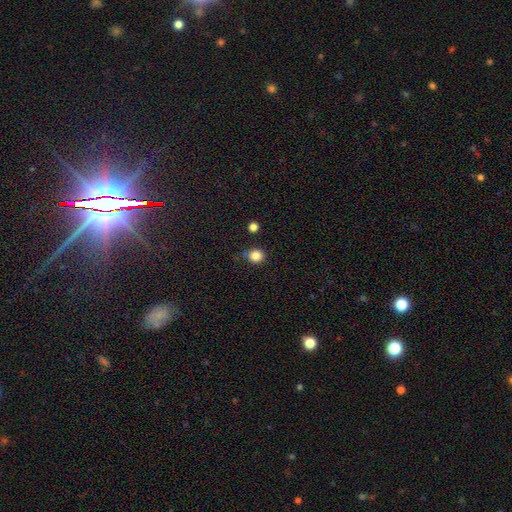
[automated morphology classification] This is clearly a smooth galaxy (85%). How rounded: clearly round (90%). Merging: clearly none (84%).